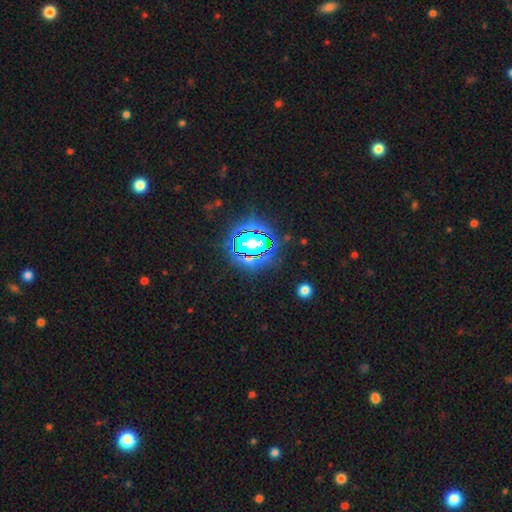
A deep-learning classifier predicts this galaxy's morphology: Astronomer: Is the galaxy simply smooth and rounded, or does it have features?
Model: star or artifact — 76%.